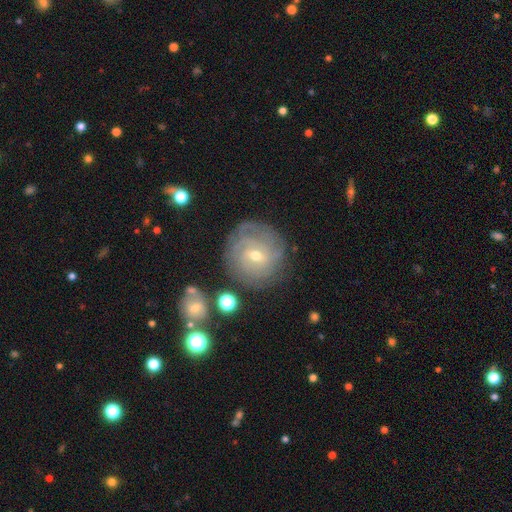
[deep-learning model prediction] Q: Smooth or featured?
A: featured or disk (73%); runner-up: smooth (18%)
Q: Edge-on disk?
A: no (97%); runner-up: yes (3%)
Q: Bar?
A: weak (46%); runner-up: no (45%)
Q: Spiral arms?
A: yes (90%); runner-up: no (10%)
Q: Spiral winding?
A: tight (74%); runner-up: medium (20%)
Q: Spiral arm count?
A: can't tell (46%); runner-up: 3 (17%)
Q: Bulge size?
A: small (49%); runner-up: moderate (48%)
Q: Merging?
A: none (77%); runner-up: minor disturbance (14%)